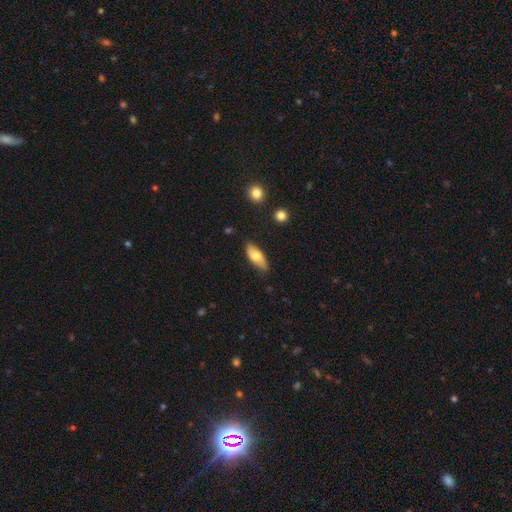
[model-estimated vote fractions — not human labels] smooth-or-featured: smooth: 68% | featured or disk: 26% | star or artifact: 6%
  how-rounded: in between: 78% | cigar-shaped: 19% | round: 3%
  merging: none: 79% | minor disturbance: 17% | major disturbance: 3% | merger: 2%